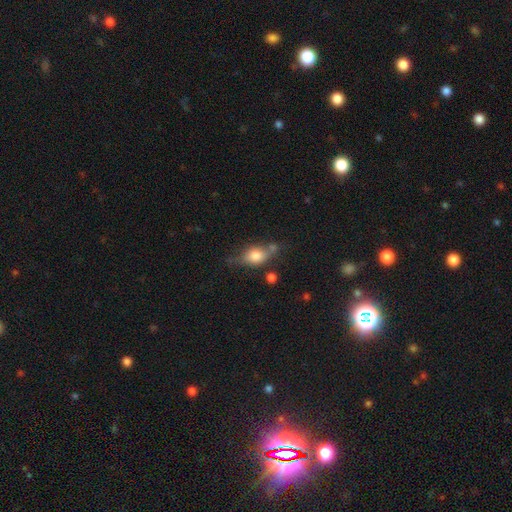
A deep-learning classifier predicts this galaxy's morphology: type=smooth (65%); roundness=in between (63%); merging=none (50%).